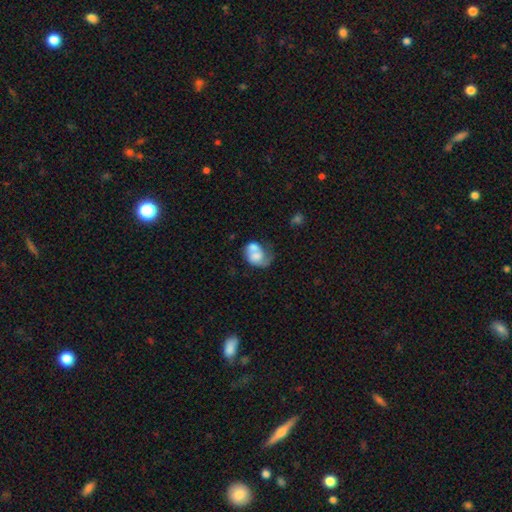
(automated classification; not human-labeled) Morphology: type=smooth (47%); merging=merger (49%).